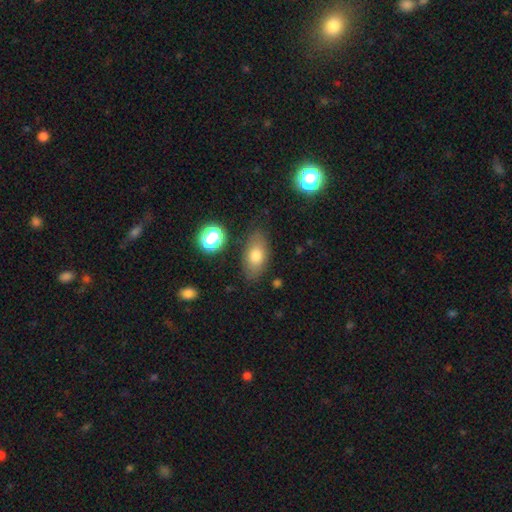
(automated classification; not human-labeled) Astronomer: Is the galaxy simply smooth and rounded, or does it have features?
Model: smooth — 75%.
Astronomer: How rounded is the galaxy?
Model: in between — 87%.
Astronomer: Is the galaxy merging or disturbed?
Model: none — 80%.